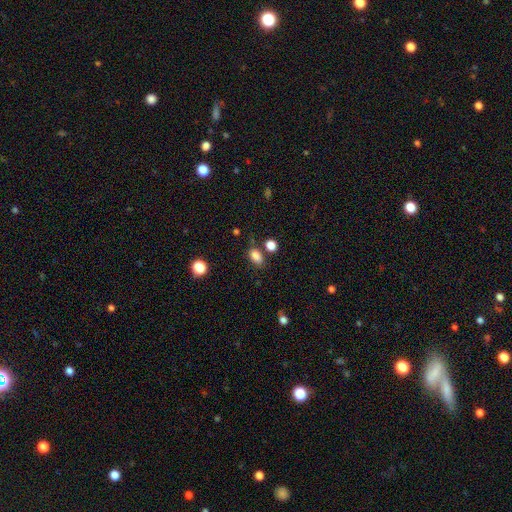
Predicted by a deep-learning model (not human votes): Smooth or featured?
  - smooth: 84% *
  - star or artifact: 11%
  - featured or disk: 5%
How rounded?
  - in between: 84% *
  - round: 14%
  - cigar-shaped: 2%
Merging?
  - none: 73% *
  - minor disturbance: 15%
  - merger: 8%
  - major disturbance: 4%